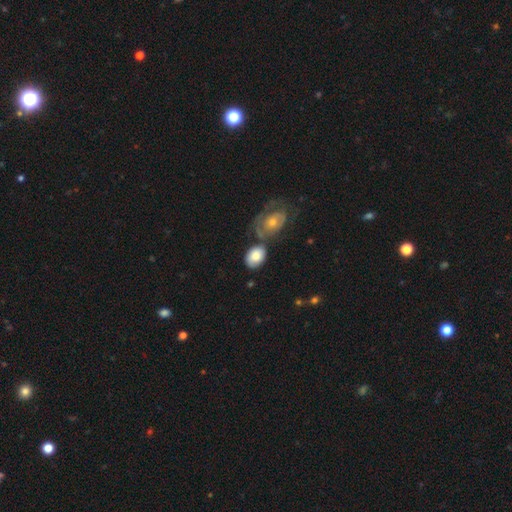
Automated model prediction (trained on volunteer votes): This is likely a smooth galaxy (75%). How rounded: likely in between (80%). Merging: possibly none (46%).